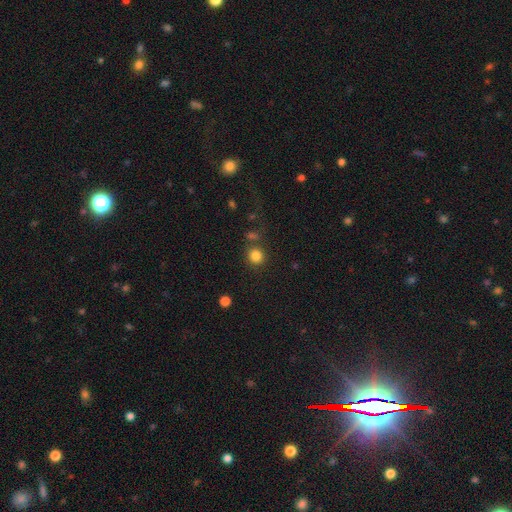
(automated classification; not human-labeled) Smooth or featured? smooth (83%)
How rounded? round (90%)
Merging? none (76%)